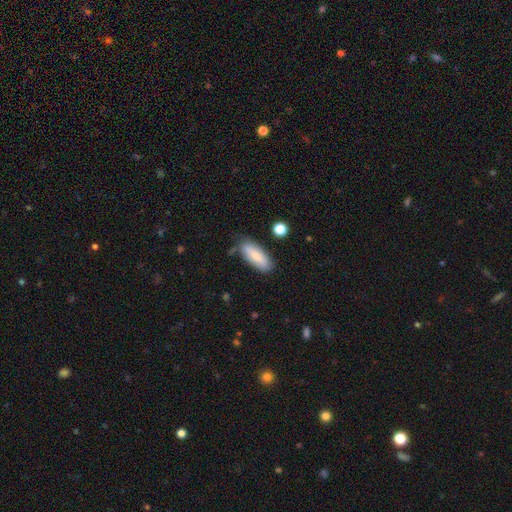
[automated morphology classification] Smooth or featured? Predicted: smooth (p=0.73). How rounded? Predicted: in between (p=0.67). Merging? Predicted: none (p=0.73).